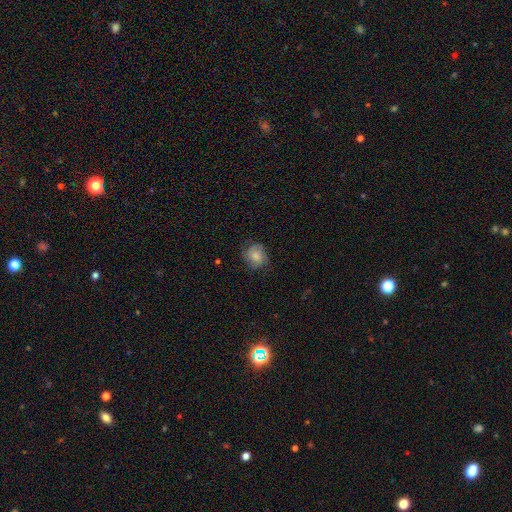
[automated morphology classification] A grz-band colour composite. It shows a smooth galaxy with no disk features (58%) that is round (79%). Merging: none (70%).